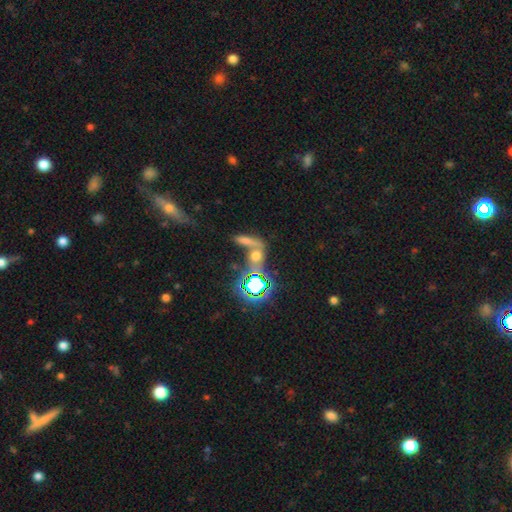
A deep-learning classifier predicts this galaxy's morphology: Overall: smooth (45%; star or artifact 36%). Merging: merger (51%; none 32%).